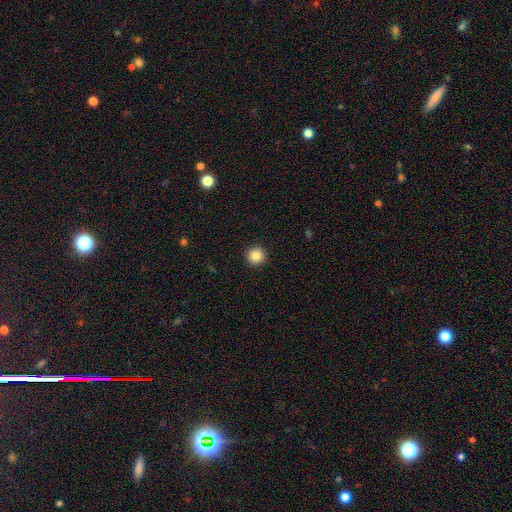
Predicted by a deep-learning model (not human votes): Smooth or featured: smooth — 85% (star or artifact — 10%)
How rounded: round — 96% (in between — 3%)
Merging: none — 93% (minor disturbance — 4%)